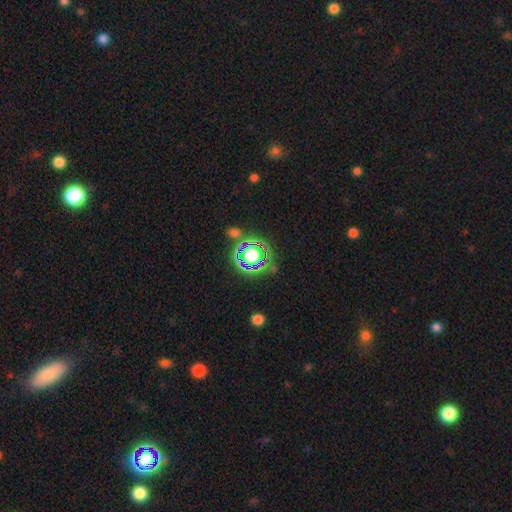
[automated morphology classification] smooth-or-featured: star or artifact: 52% | smooth: 34% | featured or disk: 14%